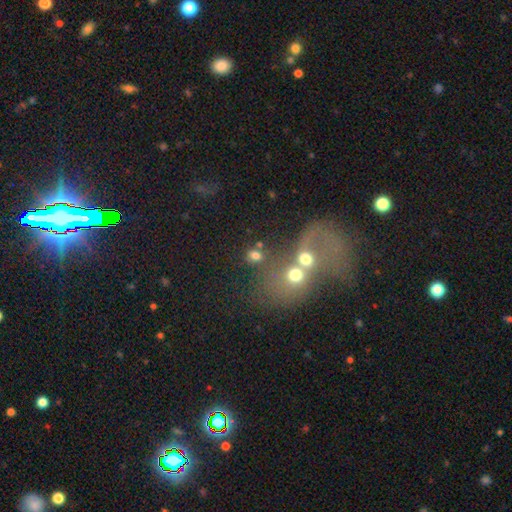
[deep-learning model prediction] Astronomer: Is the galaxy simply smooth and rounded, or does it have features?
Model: smooth — 71%.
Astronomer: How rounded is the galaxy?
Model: round — 65%.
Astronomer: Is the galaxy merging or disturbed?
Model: none — 43% (runner-up: merger, 39%).